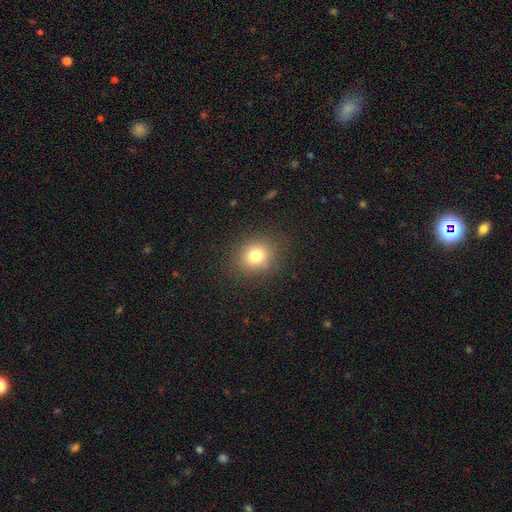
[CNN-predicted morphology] A smooth galaxy with no disk features (78%) that is round (72%).

Vote fractions:
- Smooth or featured? smooth: 78% / star or artifact: 13% / featured or disk: 8%
- How rounded? round: 72% / in between: 27% / cigar-shaped: 1%
- Merging? none: 86% / minor disturbance: 9% / major disturbance: 4% / merger: 1%